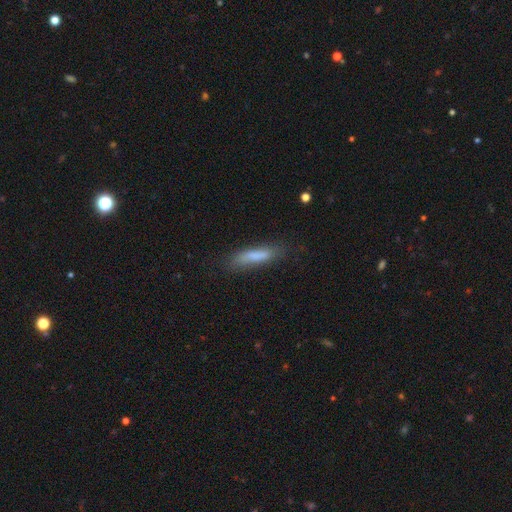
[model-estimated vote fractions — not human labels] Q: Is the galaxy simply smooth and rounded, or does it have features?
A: smooth — 76%.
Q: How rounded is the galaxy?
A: cigar-shaped — 80%.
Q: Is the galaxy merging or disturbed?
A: none — 74%.